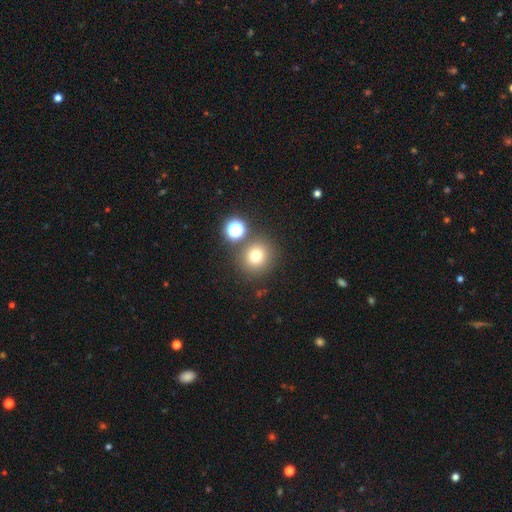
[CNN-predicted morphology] Smooth or featured?
  - smooth: 73% *
  - star or artifact: 18%
  - featured or disk: 9%
How rounded?
  - round: 92% *
  - in between: 7%
  - cigar-shaped: 1%
Merging?
  - none: 79% *
  - merger: 10%
  - minor disturbance: 8%
  - major disturbance: 3%